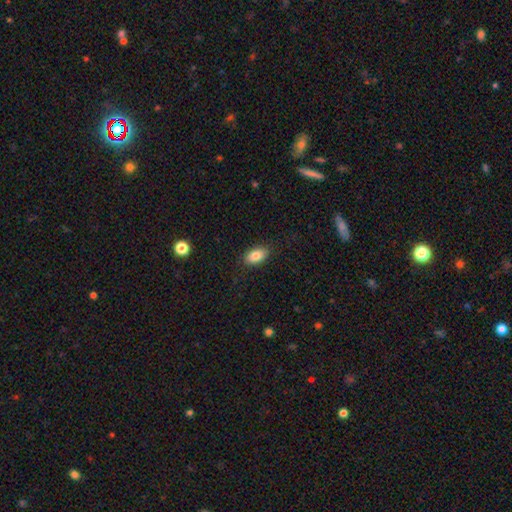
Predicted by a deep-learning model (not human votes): smooth-or-featured: smooth: 83% | featured or disk: 9% | star or artifact: 8%
  how-rounded: in between: 91% | round: 7% | cigar-shaped: 2%
  merging: none: 87% | minor disturbance: 9% | major disturbance: 2% | merger: 1%